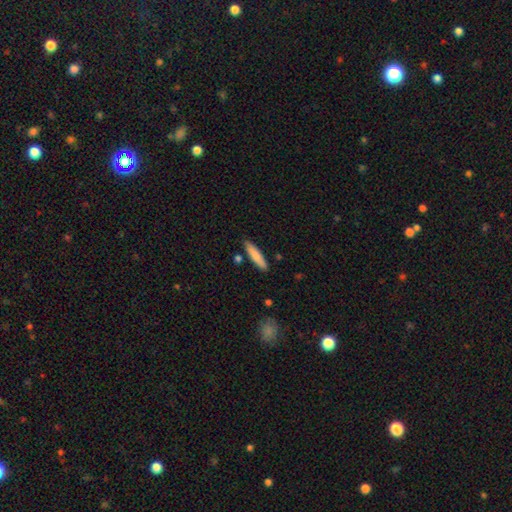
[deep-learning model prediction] Morphology: type=smooth (79%); roundness=cigar-shaped (80%); merging=none (84%).